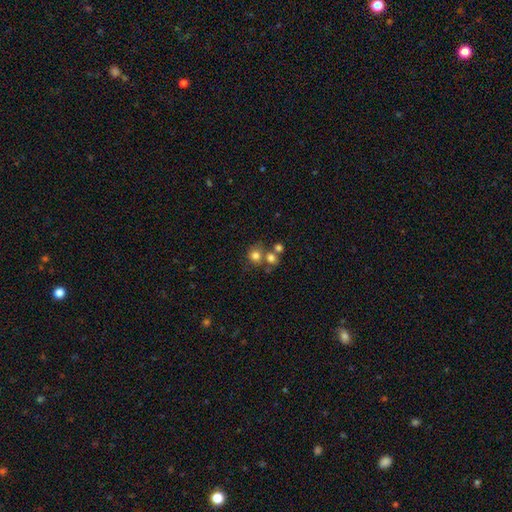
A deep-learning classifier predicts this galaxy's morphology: Smooth or featured? smooth (75%)
How rounded? round (84%)
Merging? none (53%)